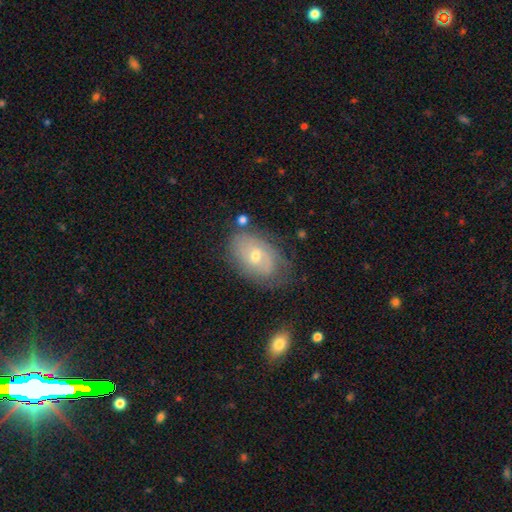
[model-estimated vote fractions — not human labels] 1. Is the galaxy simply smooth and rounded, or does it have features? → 53% featured or disk, 39% smooth, 9% star or artifact.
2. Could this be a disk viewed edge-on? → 93% no, 7% yes.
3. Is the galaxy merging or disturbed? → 64% none, 24% minor disturbance, 8% major disturbance, 4% merger.